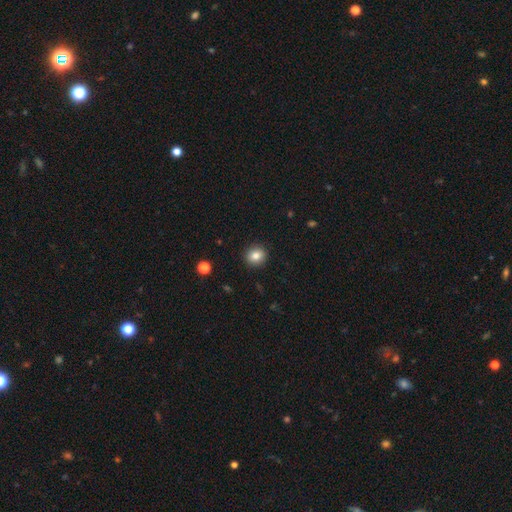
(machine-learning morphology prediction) The model was most divided on "how rounded": round: 85%, in between: 15%, cigar-shaped: 1%. More confident: merging — none (92%); smooth or featured — smooth (83%).